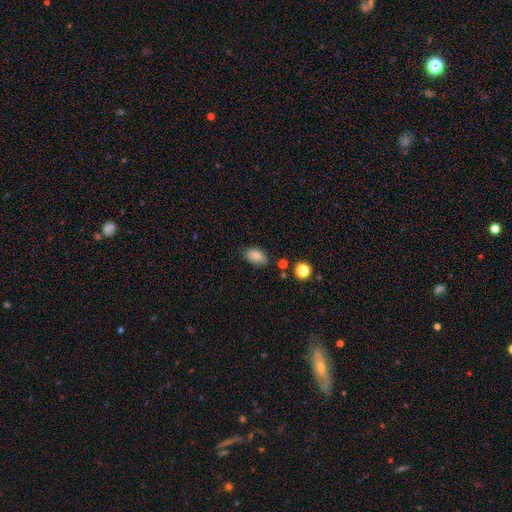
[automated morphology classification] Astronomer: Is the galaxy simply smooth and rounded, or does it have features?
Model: smooth — 84%.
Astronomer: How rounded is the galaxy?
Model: in between — 88%.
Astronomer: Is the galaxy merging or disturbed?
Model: none — 72%.